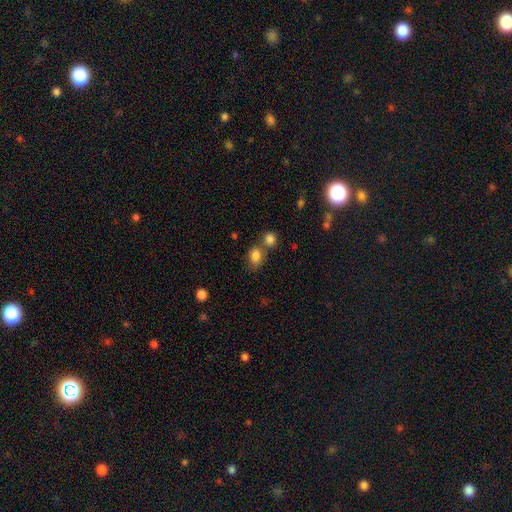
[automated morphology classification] smooth_or_featured: smooth (p=0.83) [alt: star or artifact p=0.10]
how_rounded: in between (p=0.60) [alt: round p=0.39]
merging: none (p=0.52) [alt: merger p=0.32]